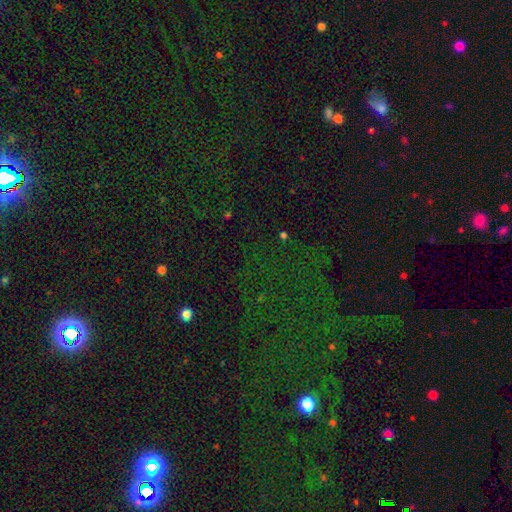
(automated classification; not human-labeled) smooth_or_featured: star or artifact (p=0.77) [alt: smooth p=0.14]